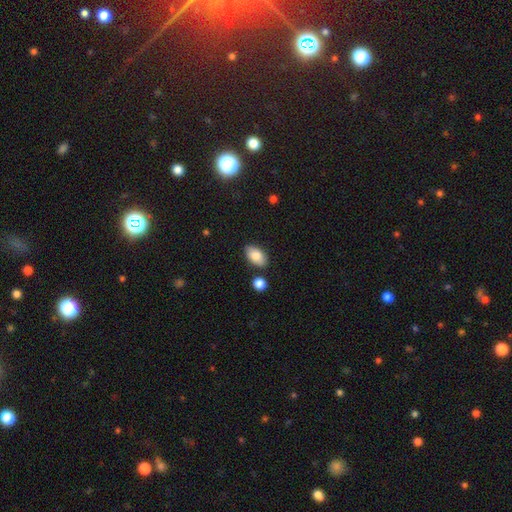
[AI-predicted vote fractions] Smooth or featured? Predicted: smooth (p=0.84). How rounded? Predicted: in between (p=0.93). Merging? Predicted: none (p=0.83).